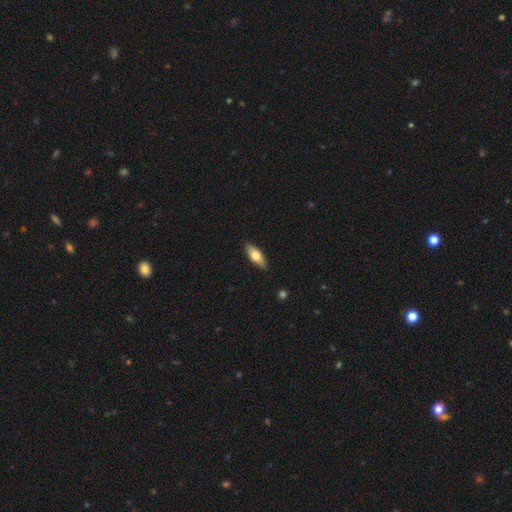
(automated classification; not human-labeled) This is likely a smooth galaxy (62%). How rounded: likely in between (69%). Merging: clearly none (89%).